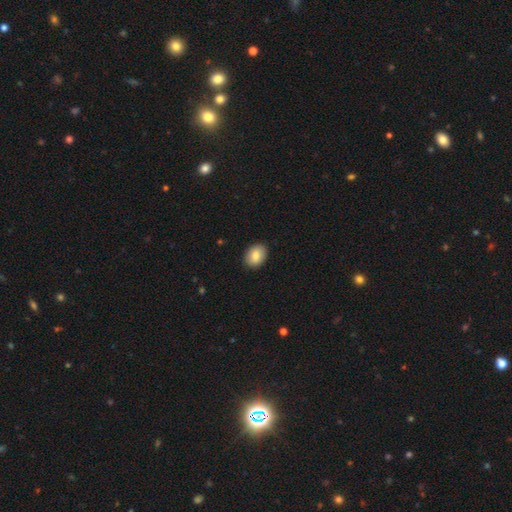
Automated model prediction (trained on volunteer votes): smooth 85%, featured or disk 8%, star or artifact 7%. Down the decision tree: how rounded — in between (72%); merging — none (90%).